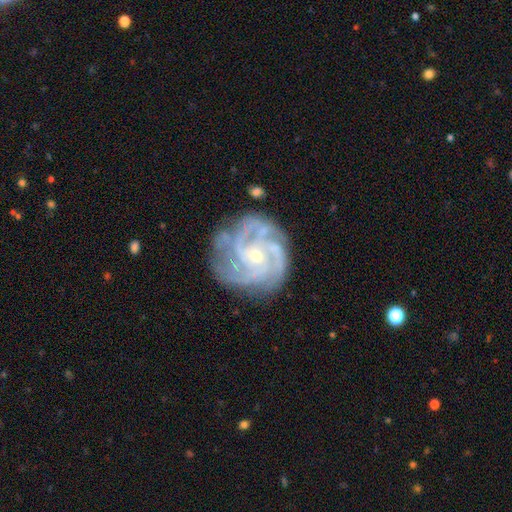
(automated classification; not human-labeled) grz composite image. It shows a featured or disk galaxy (91%) with no bar (67%), 4 (35%) tight (65%) spiral arms (98%) and a small central bulge (67%). Merging: none (76%).